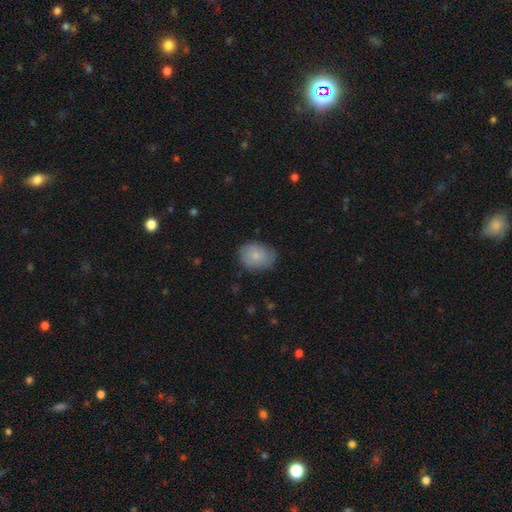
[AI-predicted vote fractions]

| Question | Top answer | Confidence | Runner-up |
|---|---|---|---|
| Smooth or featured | smooth | 81% | featured or disk (12%) |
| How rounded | in between | 59% | round (40%) |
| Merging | none | 74% | minor disturbance (21%) |